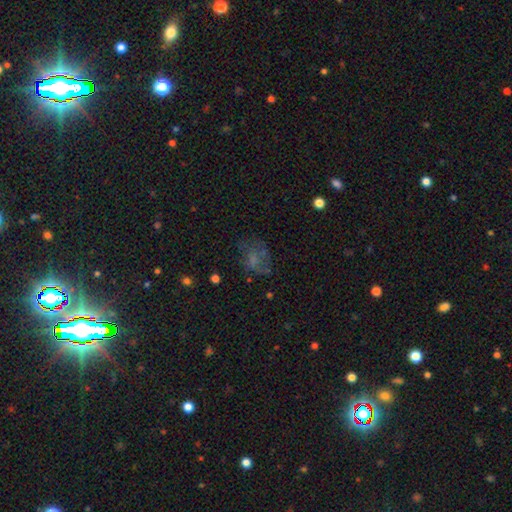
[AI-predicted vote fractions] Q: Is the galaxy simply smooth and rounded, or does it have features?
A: smooth — 38%.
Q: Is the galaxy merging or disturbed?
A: none — 59%.